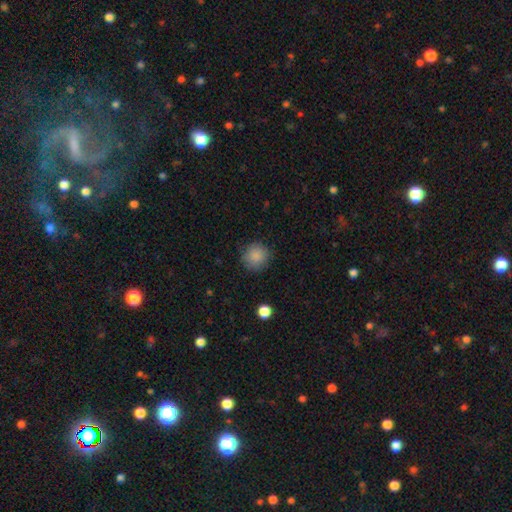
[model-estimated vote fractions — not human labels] Smooth or featured? smooth (87%)
How rounded? round (92%)
Merging? none (86%)